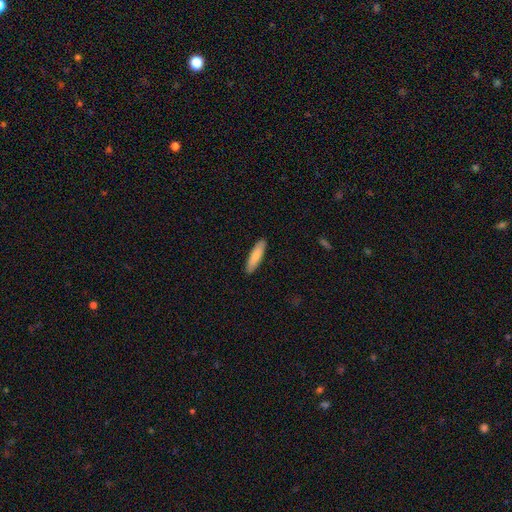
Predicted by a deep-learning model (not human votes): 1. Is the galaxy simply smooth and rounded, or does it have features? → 85% smooth, 10% featured or disk, 5% star or artifact.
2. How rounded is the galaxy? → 75% cigar-shaped, 23% in between, 1% round.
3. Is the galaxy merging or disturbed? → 91% none, 7% minor disturbance, 1% major disturbance, 1% merger.